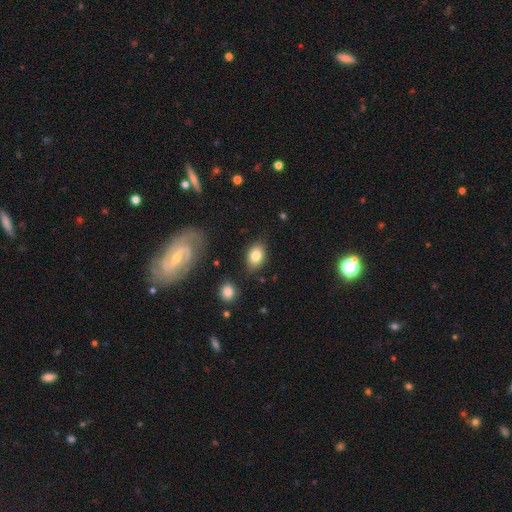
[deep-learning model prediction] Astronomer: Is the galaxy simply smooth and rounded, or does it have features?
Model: smooth — 81%.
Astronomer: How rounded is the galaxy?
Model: in between — 81%.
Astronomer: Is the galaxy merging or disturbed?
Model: none — 80%.